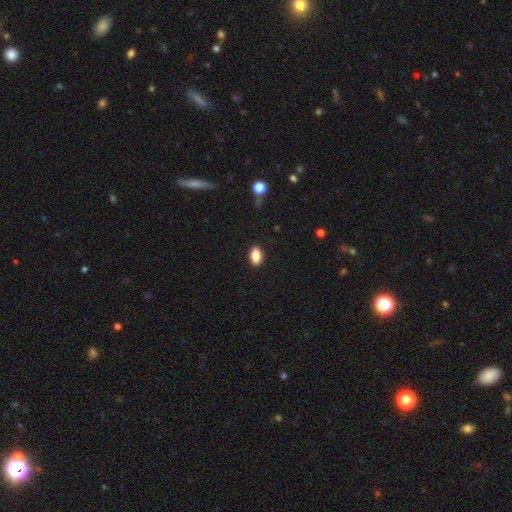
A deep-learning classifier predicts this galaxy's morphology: This is clearly a smooth galaxy (87%). How rounded: clearly in between (90%). Merging: clearly none (89%).